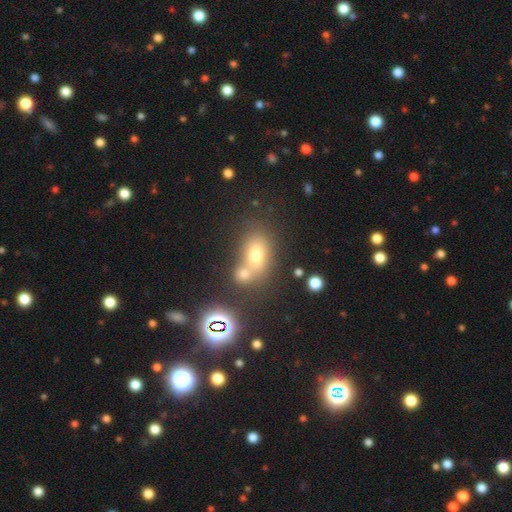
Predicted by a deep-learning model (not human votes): Smooth or featured: smooth — 62% (star or artifact — 21%)
How rounded: in between — 69% (round — 29%)
Merging: merger — 42% (tied with none — 42%)